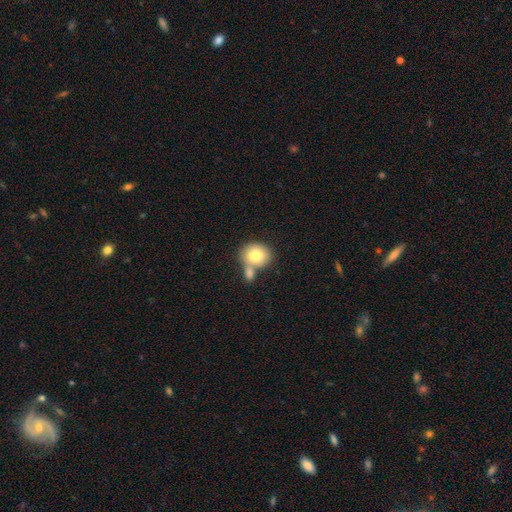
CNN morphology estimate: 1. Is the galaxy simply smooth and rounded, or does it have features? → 77% smooth, 15% featured or disk, 8% star or artifact.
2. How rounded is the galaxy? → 66% round, 33% in between, 1% cigar-shaped.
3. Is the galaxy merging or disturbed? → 44% none, 41% merger, 11% minor disturbance, 4% major disturbance.